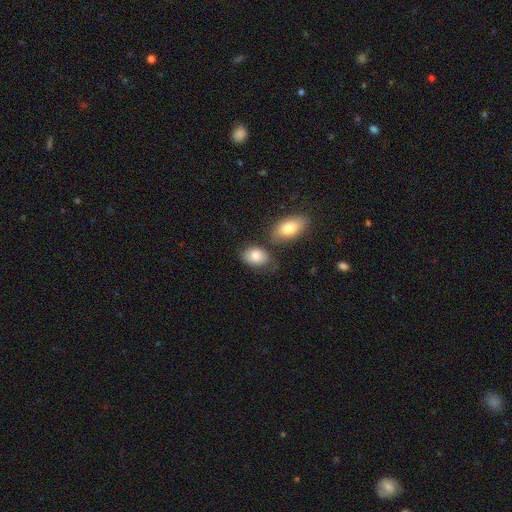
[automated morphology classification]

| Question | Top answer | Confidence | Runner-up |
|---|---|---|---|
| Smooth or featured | smooth | 83% | featured or disk (10%) |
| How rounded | in between | 82% | round (16%) |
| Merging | none | 60% | minor disturbance (19%) |